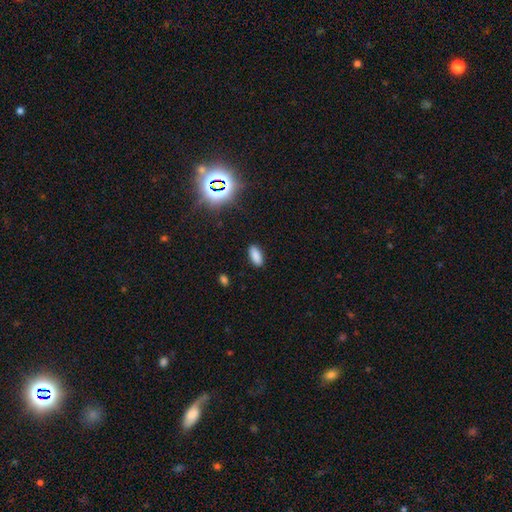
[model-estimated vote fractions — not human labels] smooth_or_featured: smooth (p=0.84) [alt: star or artifact p=0.11]
how_rounded: in between (p=0.86) [alt: cigar-shaped p=0.12]
merging: none (p=0.88) [alt: minor disturbance p=0.09]